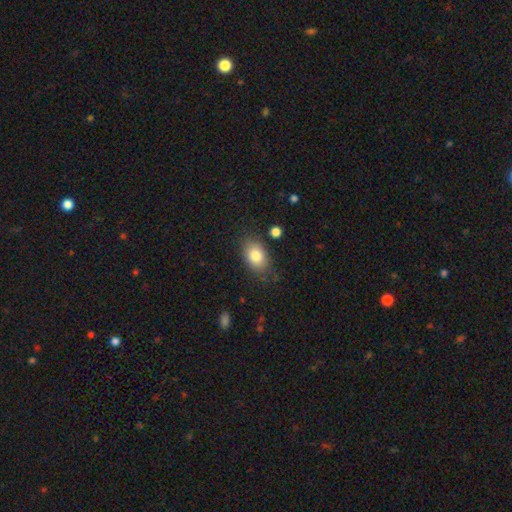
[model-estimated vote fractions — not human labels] Smooth or featured: smooth — 81% (featured or disk — 10%)
How rounded: in between — 82% (round — 17%)
Merging: none — 78% (minor disturbance — 15%)